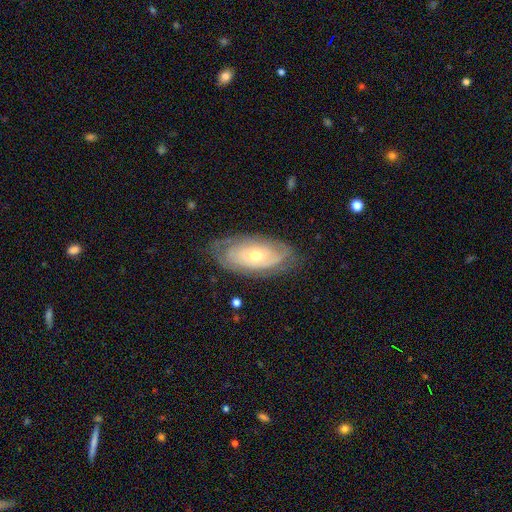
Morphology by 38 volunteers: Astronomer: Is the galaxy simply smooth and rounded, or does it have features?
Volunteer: featured or disk — 68%.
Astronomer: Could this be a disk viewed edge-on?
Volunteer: no — 92%.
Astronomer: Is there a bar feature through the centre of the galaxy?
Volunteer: no — 83%.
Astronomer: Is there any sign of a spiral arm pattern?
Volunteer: yes — 67%.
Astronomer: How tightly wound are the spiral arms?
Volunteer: tight — 81%.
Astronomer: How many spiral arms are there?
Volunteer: can't tell — 62%.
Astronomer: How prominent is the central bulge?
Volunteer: small — 50% (runner-up: moderate, 46%).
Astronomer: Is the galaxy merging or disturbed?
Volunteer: none — 83%.